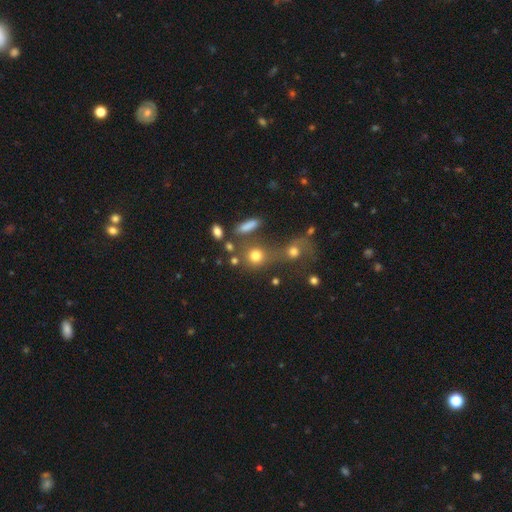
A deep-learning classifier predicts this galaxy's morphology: smooth-or-featured: smooth: 75% | star or artifact: 14% | featured or disk: 11%
  how-rounded: round: 79% | in between: 18% | cigar-shaped: 3%
  merging: none: 43% | merger: 38% | minor disturbance: 10% | major disturbance: 9%